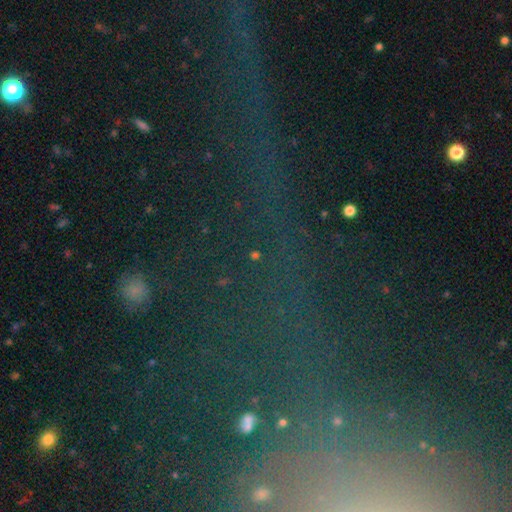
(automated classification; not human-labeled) A star or artifact, not a galaxy (74%).